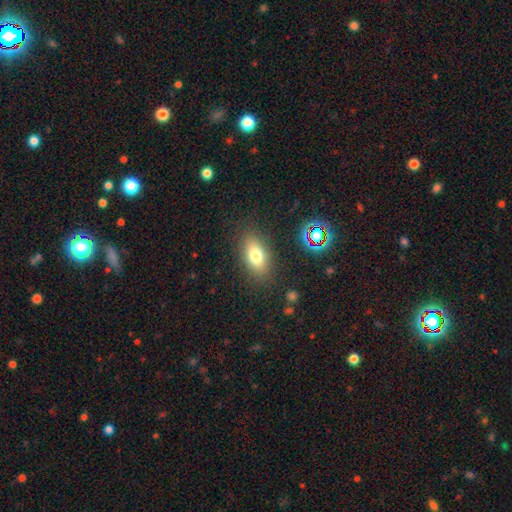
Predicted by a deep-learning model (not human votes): A smooth galaxy with no disk features (75%) that is in between round and cigar-shaped (86%). Merging: none (84%).